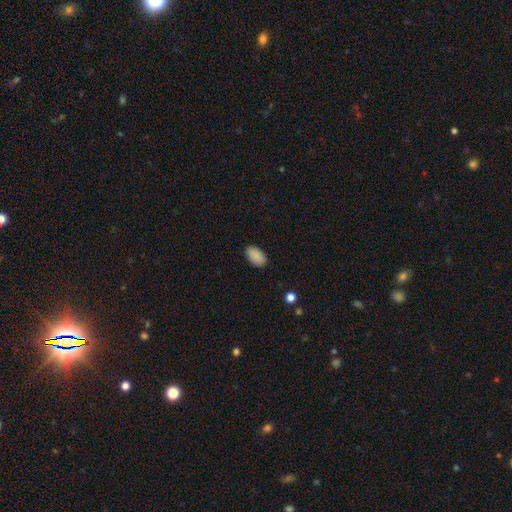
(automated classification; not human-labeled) Q: Smooth or featured?
A: smooth (90%); runner-up: star or artifact (7%)
Q: How rounded?
A: in between (94%); runner-up: round (5%)
Q: Merging?
A: none (87%); runner-up: minor disturbance (10%)